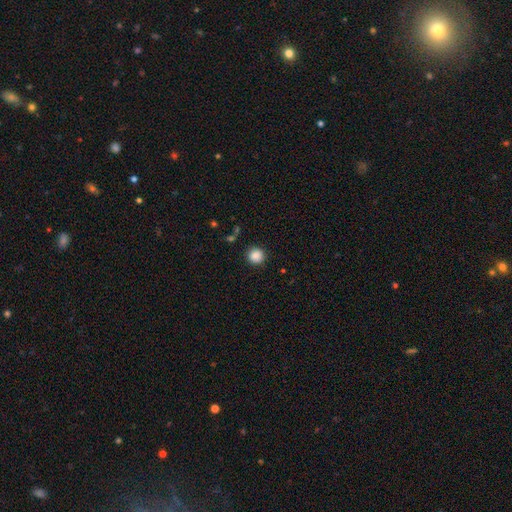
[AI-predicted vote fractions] smooth 88%, star or artifact 9%, featured or disk 3%. Down the decision tree: how rounded — round (94%); merging — none (90%).